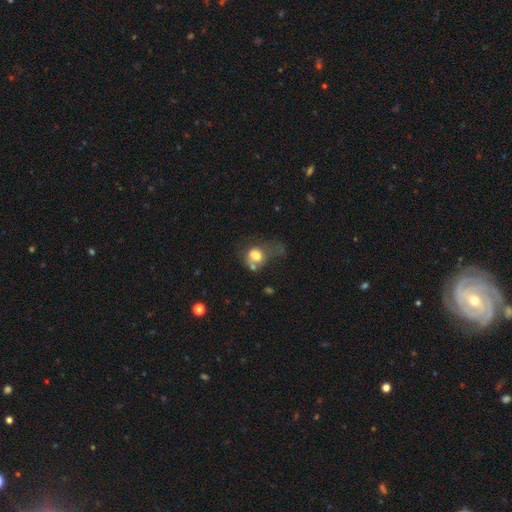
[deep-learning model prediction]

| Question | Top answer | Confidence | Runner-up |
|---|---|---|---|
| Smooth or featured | smooth | 66% | featured or disk (23%) |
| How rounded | in between | 53% | round (46%) |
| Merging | major disturbance | 35% | merger (29%) |